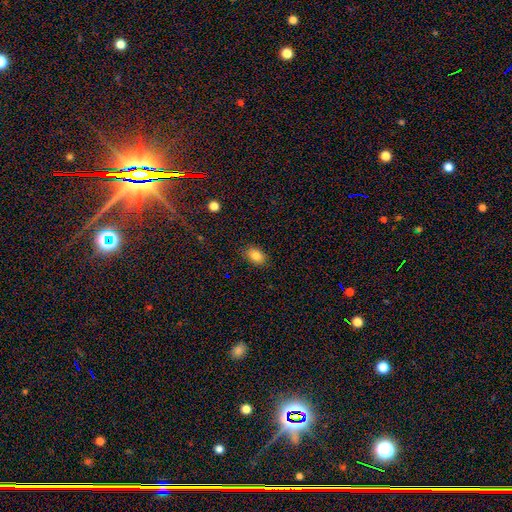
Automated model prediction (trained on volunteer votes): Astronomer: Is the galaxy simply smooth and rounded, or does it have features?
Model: smooth — 84%.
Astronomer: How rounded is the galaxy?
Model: in between — 85%.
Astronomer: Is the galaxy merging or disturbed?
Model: none — 86%.